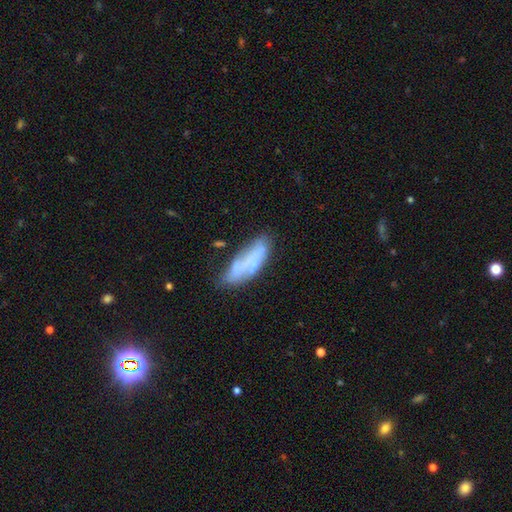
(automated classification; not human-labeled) Overall: smooth (53%; featured or disk 38%). How rounded: in between (69%). Merging: none (49%; minor disturbance 26%).